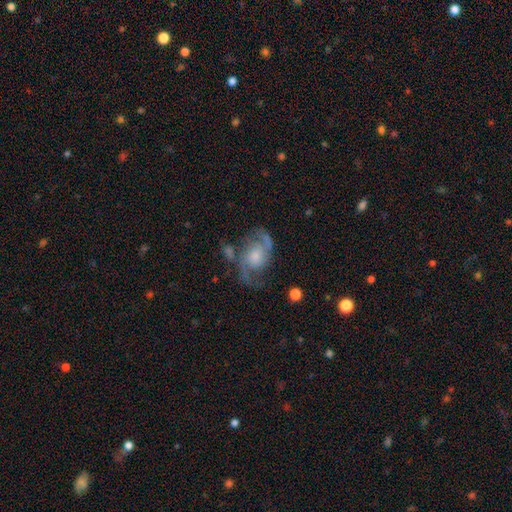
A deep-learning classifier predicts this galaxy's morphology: smooth_or_featured: featured or disk (p=0.84) [alt: smooth p=0.10]
disk_edge_on: no (p=0.97) [alt: yes p=0.03]
bar: no (p=0.67) [alt: weak p=0.28]
has_spiral_arms: yes (p=0.94) [alt: no p=0.06]
spiral_winding: medium (p=0.52) [alt: loose p=0.31]
spiral_arm_count: 2 (p=0.88) [alt: can't tell p=0.05]
bulge_size: moderate (p=0.40) [alt: small p=0.36]
merging: none (p=0.61) [alt: minor disturbance p=0.20]